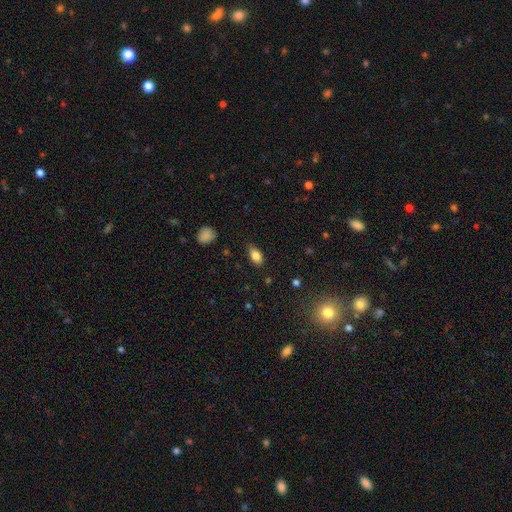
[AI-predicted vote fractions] Smooth or featured?
  - smooth: 83% *
  - star or artifact: 9%
  - featured or disk: 8%
How rounded?
  - in between: 89% *
  - round: 6%
  - cigar-shaped: 5%
Merging?
  - none: 82% *
  - minor disturbance: 14%
  - major disturbance: 3%
  - merger: 1%